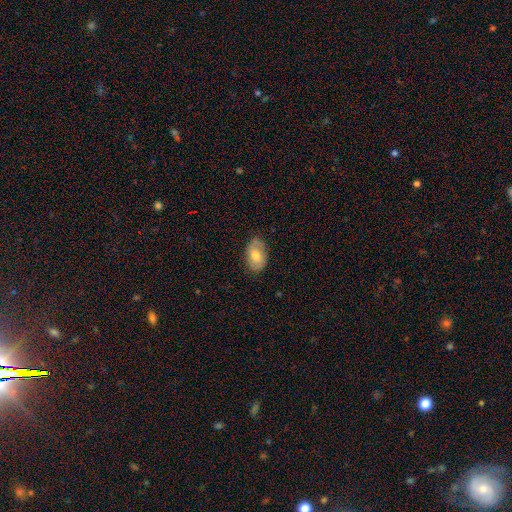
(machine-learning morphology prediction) type=smooth (67%); roundness=in between (88%); merging=none (78%).